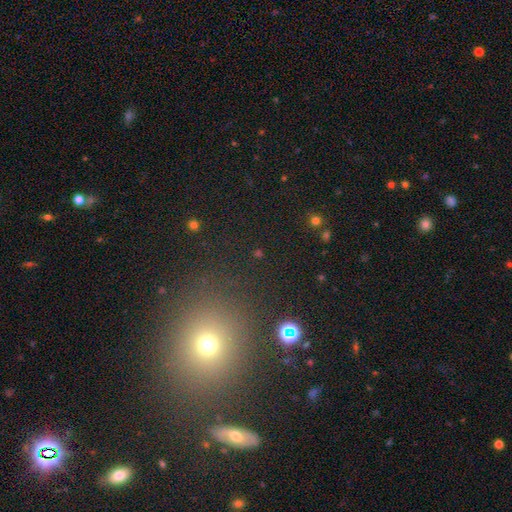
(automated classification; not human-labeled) This appears to be a star or artifact, not a galaxy (47%).